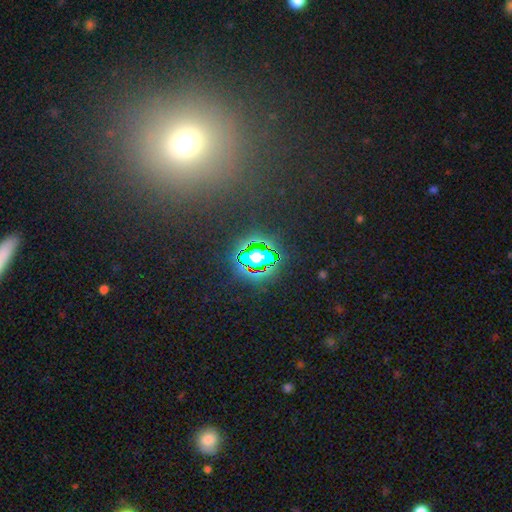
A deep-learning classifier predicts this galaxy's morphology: The model was most divided on "smooth or featured": star or artifact: 68%, smooth: 23%, featured or disk: 9%.